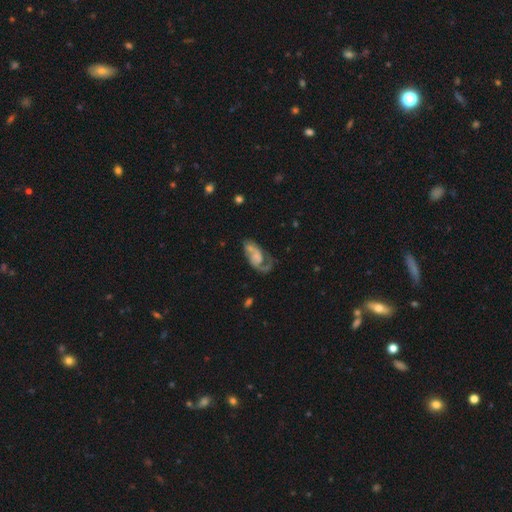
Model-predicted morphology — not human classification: smooth_or_featured: featured or disk (p=0.73) [alt: smooth p=0.20]
disk_edge_on: no (p=0.97) [alt: yes p=0.03]
bar: no (p=0.63) [alt: weak p=0.29]
has_spiral_arms: yes (p=0.87) [alt: no p=0.13]
spiral_winding: medium (p=0.42) [alt: loose p=0.41]
spiral_arm_count: 2 (p=0.59) [alt: 1 p=0.31]
bulge_size: none (p=0.45) [alt: small p=0.29]
merging: none (p=0.36) [alt: major disturbance p=0.34]